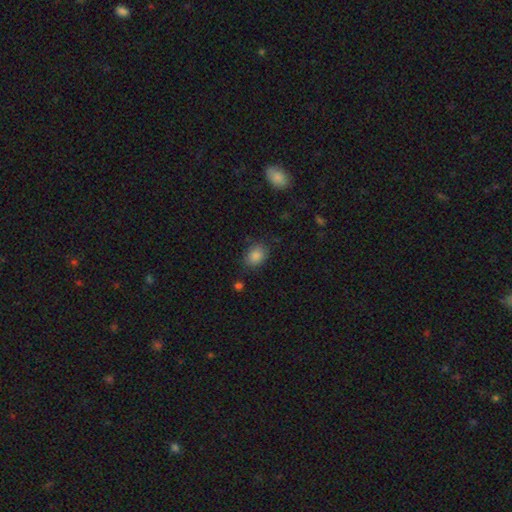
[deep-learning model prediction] The model was most divided on "how rounded": in between: 59%, round: 40%, cigar-shaped: 1%. More confident: smooth or featured — smooth (86%); merging — none (79%).